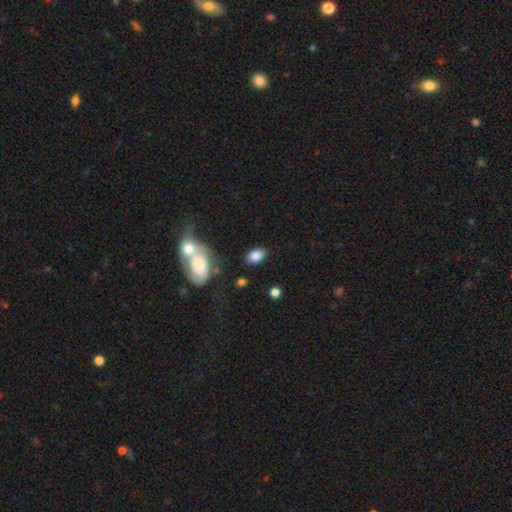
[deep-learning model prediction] This is clearly a smooth galaxy (85%). How rounded: clearly in between (90%). Merging: likely none (78%).